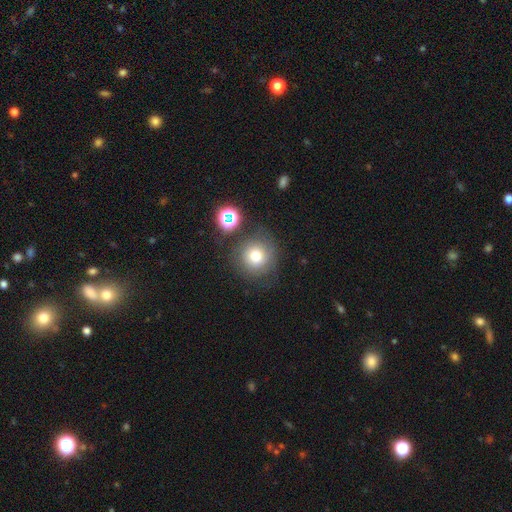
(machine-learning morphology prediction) A smooth galaxy with no disk features (73%) that is round (93%).

Vote fractions:
- Smooth or featured? smooth: 73% / star or artifact: 14% / featured or disk: 13%
- How rounded? round: 93% / in between: 6% / cigar-shaped: 1%
- Merging? none: 75% / minor disturbance: 13% / major disturbance: 6% / merger: 6%